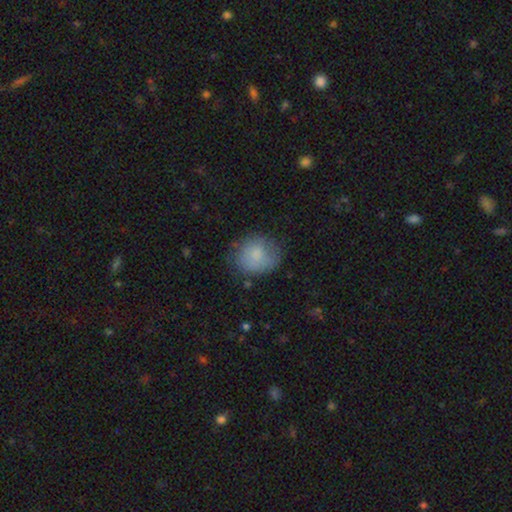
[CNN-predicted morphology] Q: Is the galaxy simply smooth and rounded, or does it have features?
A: smooth — 76%.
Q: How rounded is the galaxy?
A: round — 72%.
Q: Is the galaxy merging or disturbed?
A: none — 64%.